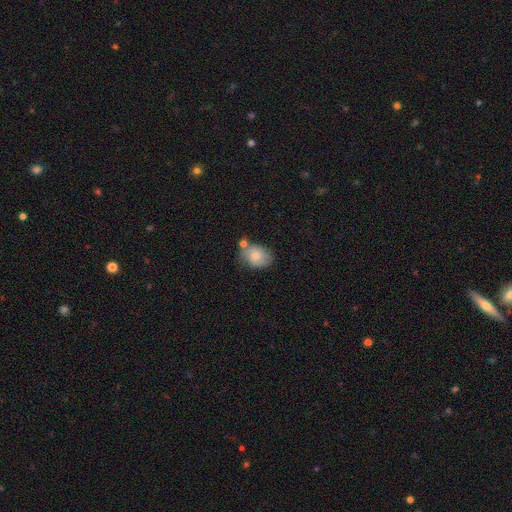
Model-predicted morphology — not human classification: Smooth or featured: smooth — 74% (featured or disk — 18%)
How rounded: in between — 63% (round — 36%)
Merging: none — 51% (minor disturbance — 25%)